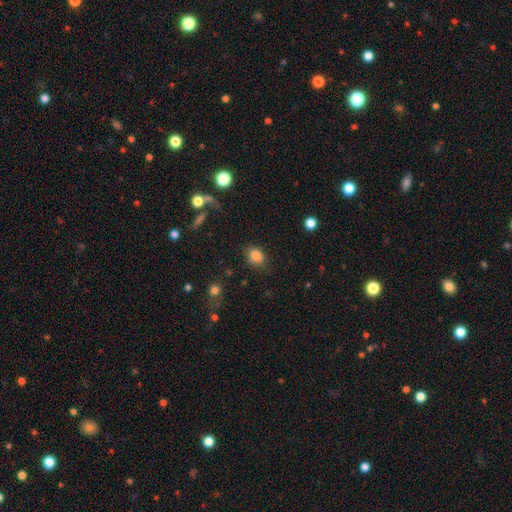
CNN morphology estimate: Smooth or featured? smooth (84%)
How rounded? in between (67%)
Merging? none (77%)